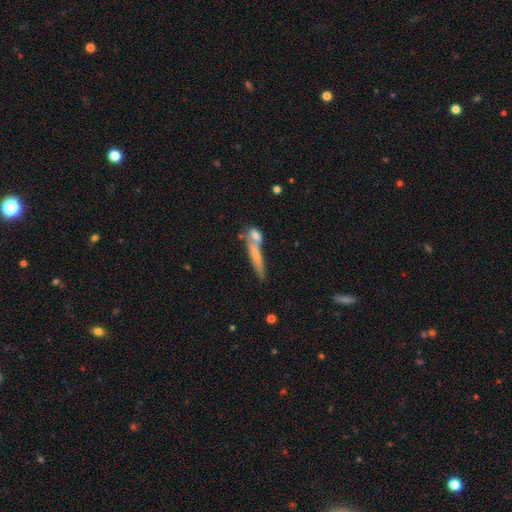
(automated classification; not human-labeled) Smooth or featured? Predicted: smooth (p=0.61). How rounded? Predicted: cigar-shaped (p=0.80). Merging? Predicted: merger (p=0.44).